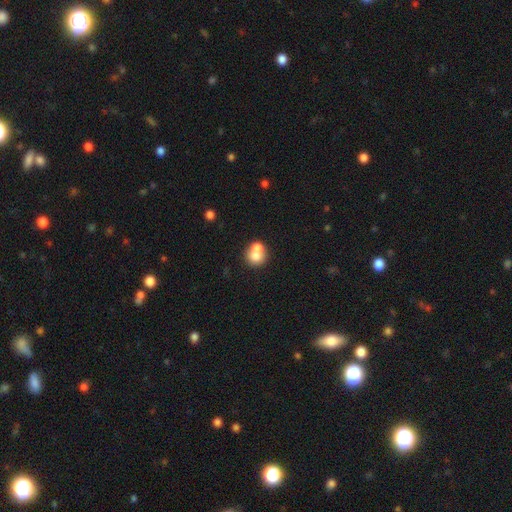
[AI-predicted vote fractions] smooth_or_featured: smooth (p=0.70) [alt: featured or disk p=0.20]
how_rounded: round (p=0.77) [alt: in between p=0.22]
merging: merger (p=0.57) [alt: none p=0.33]